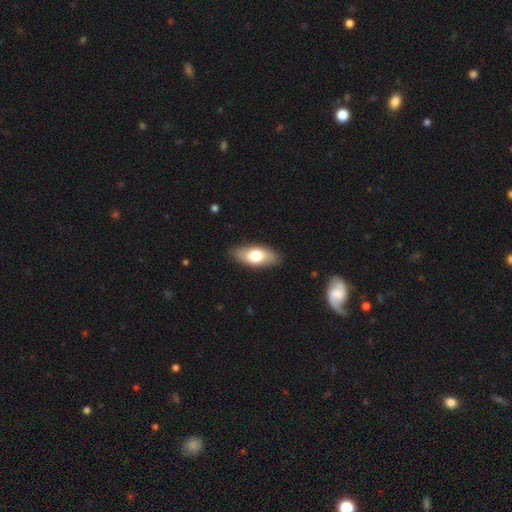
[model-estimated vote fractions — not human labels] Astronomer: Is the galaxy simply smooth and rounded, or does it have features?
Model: smooth — 70%.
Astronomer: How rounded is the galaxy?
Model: in between — 85%.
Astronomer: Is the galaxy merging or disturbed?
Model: none — 87%.